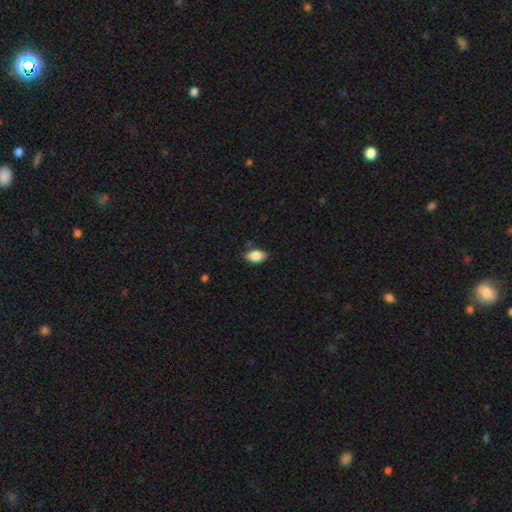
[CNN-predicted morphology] Q: Smooth or featured?
A: smooth (86%); runner-up: featured or disk (7%)
Q: How rounded?
A: in between (92%); runner-up: round (5%)
Q: Merging?
A: none (83%); runner-up: minor disturbance (13%)